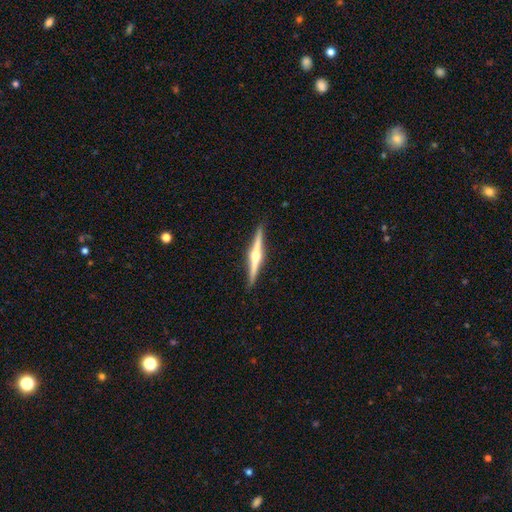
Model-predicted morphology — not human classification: type=featured or disk (81%); edge-on=yes (99%); edge-on bulge=rounded (94%); merging=none (92%).